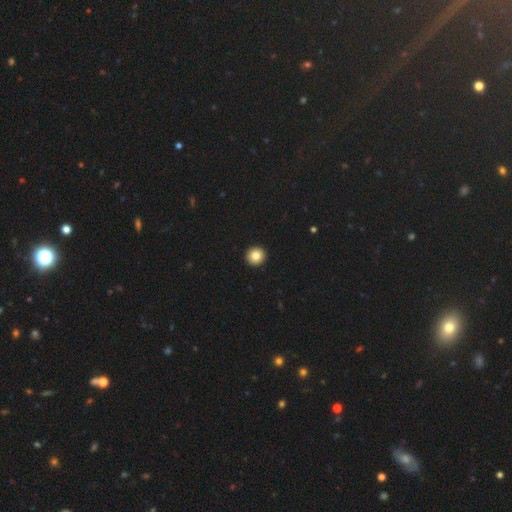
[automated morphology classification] type=smooth (85%); roundness=round (93%); merging=none (94%).